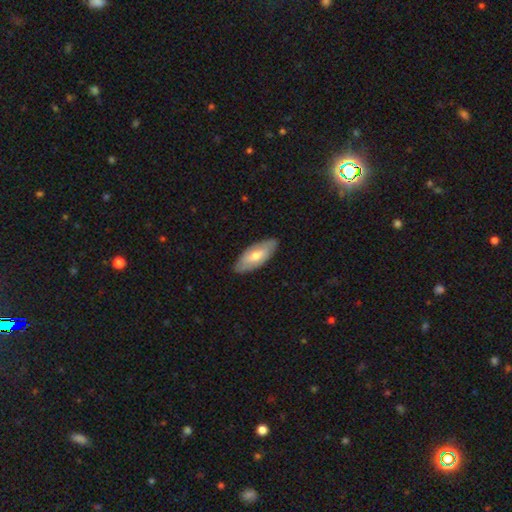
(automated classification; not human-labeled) Smooth or featured?
  - smooth: 49% *
  - featured or disk: 45%
  - star or artifact: 6%
Merging?
  - none: 84% *
  - minor disturbance: 13%
  - major disturbance: 2%
  - merger: 1%